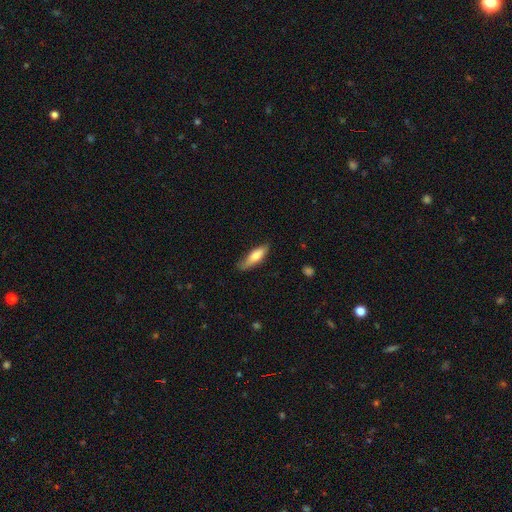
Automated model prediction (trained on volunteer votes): Smooth or featured? Predicted: smooth (p=0.72). How rounded? Predicted: cigar-shaped (p=0.55). Merging? Predicted: none (p=0.72).